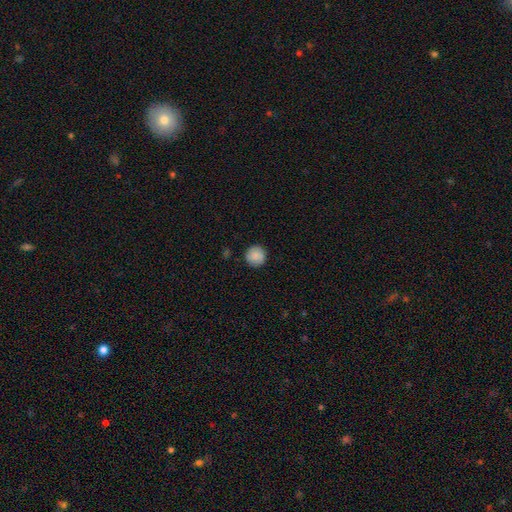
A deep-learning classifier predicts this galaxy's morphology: smooth 85%, star or artifact 8%, featured or disk 7%. Down the decision tree: how rounded — round (94%); merging — none (89%).